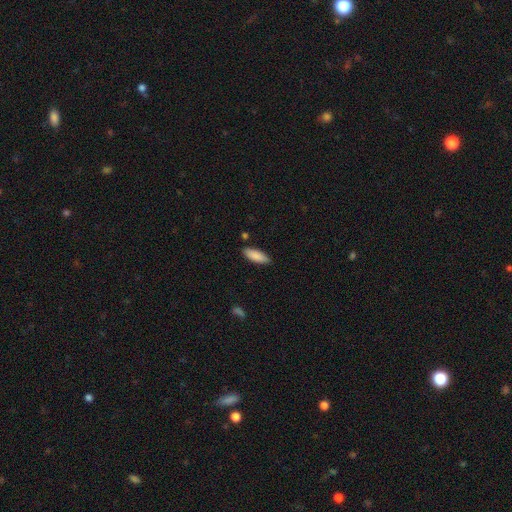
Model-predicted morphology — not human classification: smooth_or_featured: smooth (p=0.87) [alt: featured or disk p=0.07]
how_rounded: in between (p=0.68) [alt: cigar-shaped p=0.30]
merging: none (p=0.85) [alt: minor disturbance p=0.11]